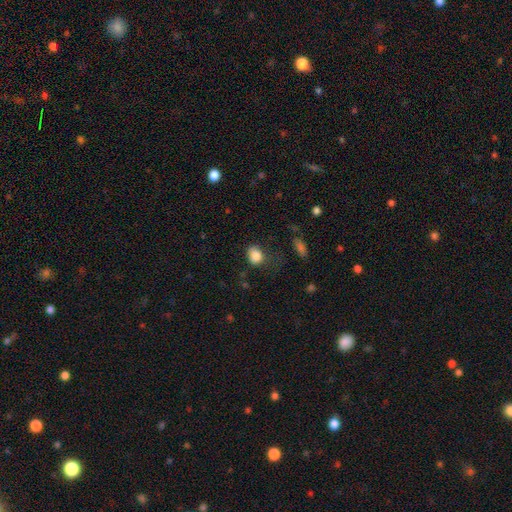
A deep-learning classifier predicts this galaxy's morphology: smooth 84%, star or artifact 10%, featured or disk 7%. Down the decision tree: how rounded — in between (58%); merging — none (55%).